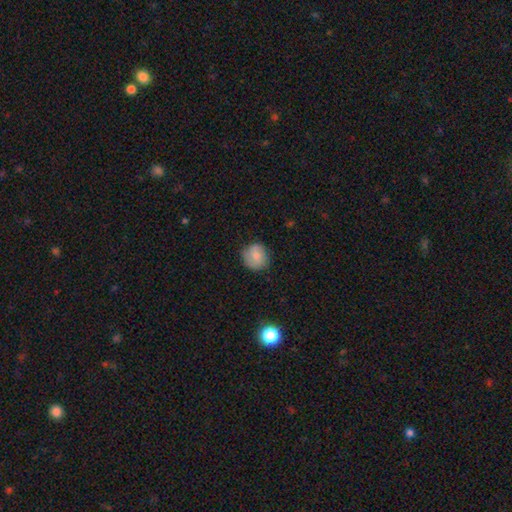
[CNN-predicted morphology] A smooth galaxy with no disk features (73%) that is round (86%).

Vote fractions:
- Smooth or featured? smooth: 73% / featured or disk: 19% / star or artifact: 8%
- How rounded? round: 86% / in between: 13% / cigar-shaped: 1%
- Merging? none: 77% / minor disturbance: 18% / major disturbance: 4% / merger: 1%